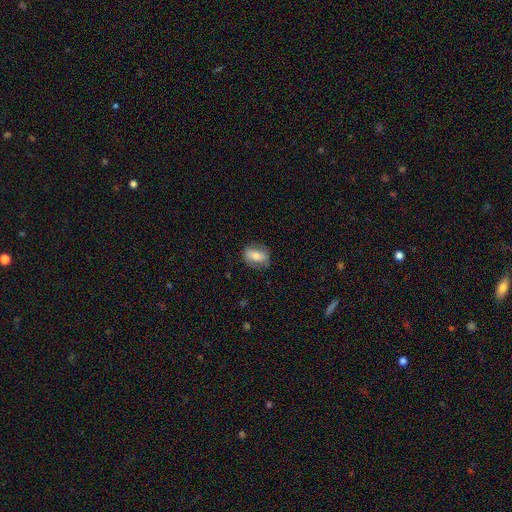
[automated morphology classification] smooth 62%, featured or disk 30%, star or artifact 8%. Down the decision tree: how rounded — in between (71%); merging — none (75%).